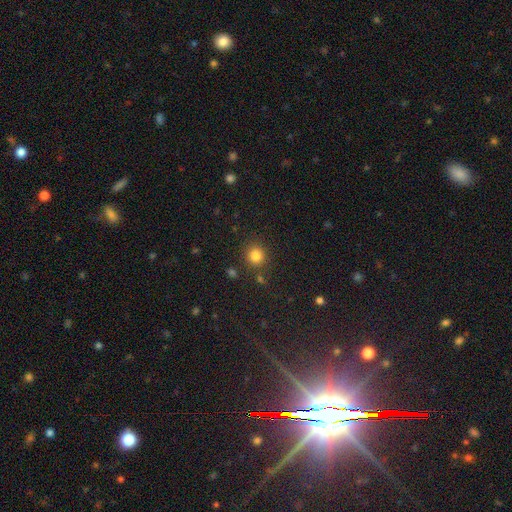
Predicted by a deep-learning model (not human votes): Smooth or featured: smooth — 82% (star or artifact — 13%)
How rounded: round — 89% (in between — 10%)
Merging: none — 85% (minor disturbance — 8%)